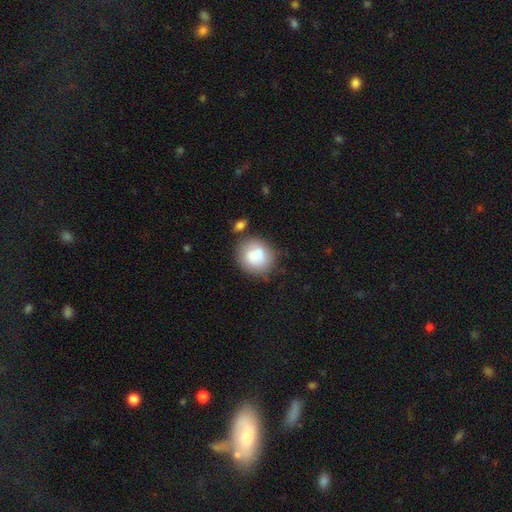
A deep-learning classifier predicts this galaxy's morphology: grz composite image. It shows a smooth galaxy with no disk features (76%) that is round (80%). Merging: none (61%).